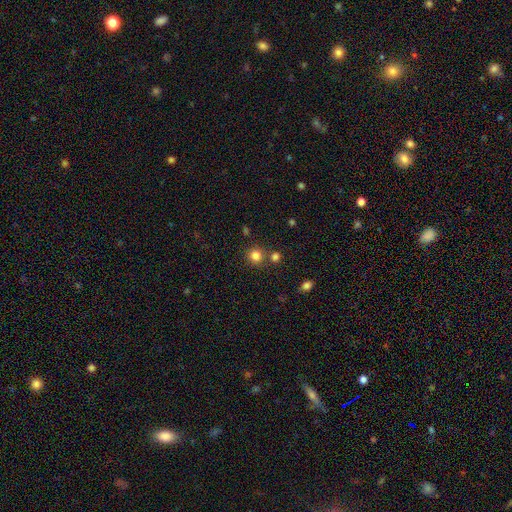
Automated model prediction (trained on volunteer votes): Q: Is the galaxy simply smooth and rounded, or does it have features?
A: smooth — 82%.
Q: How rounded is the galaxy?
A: round — 90%.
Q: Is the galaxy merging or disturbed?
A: none — 76%.